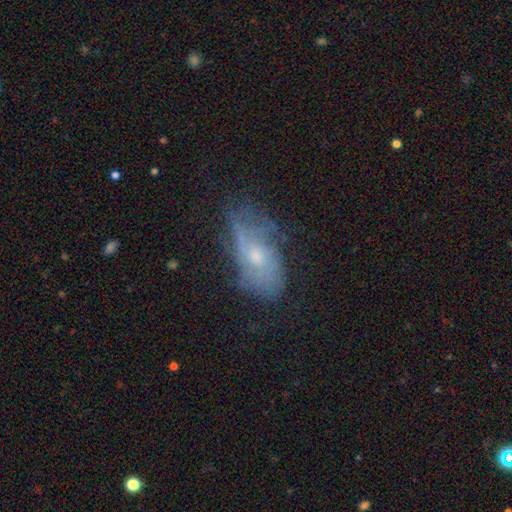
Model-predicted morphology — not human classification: Q: Smooth or featured?
A: featured or disk (58%); runner-up: smooth (32%)
Q: Edge-on disk?
A: no (90%); runner-up: yes (10%)
Q: Bar?
A: no (77%); runner-up: weak (20%)
Q: Spiral arms?
A: yes (65%); runner-up: no (35%)
Q: Bulge size?
A: small (50%); runner-up: moderate (43%)
Q: Merging?
A: none (52%); runner-up: minor disturbance (30%)